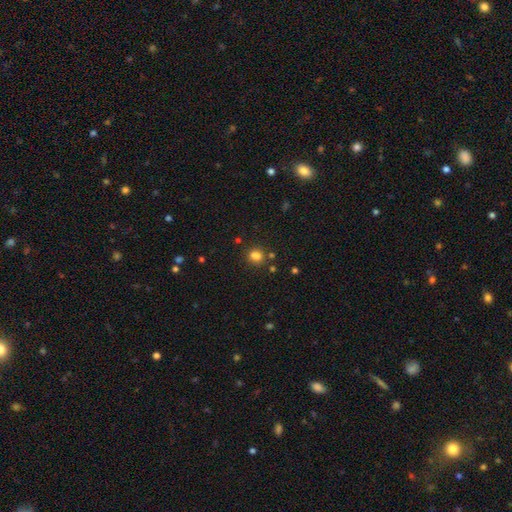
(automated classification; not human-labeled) This is clearly a smooth galaxy (80%). How rounded: likely round (63%). Merging: likely none (75%).